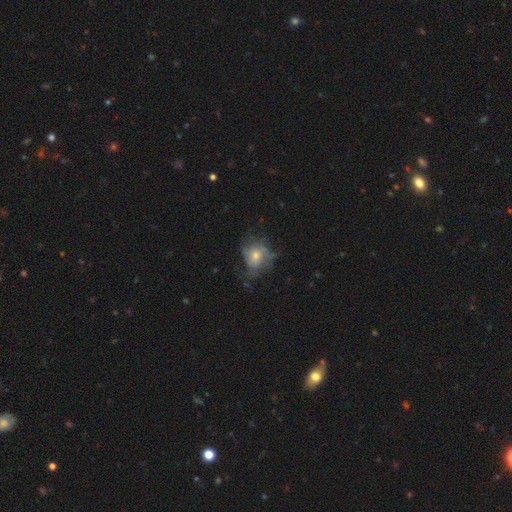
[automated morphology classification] The model was most divided on "smooth or featured": smooth: 48%, featured or disk: 43%, star or artifact: 9%. Remaining: merging — none (48%).